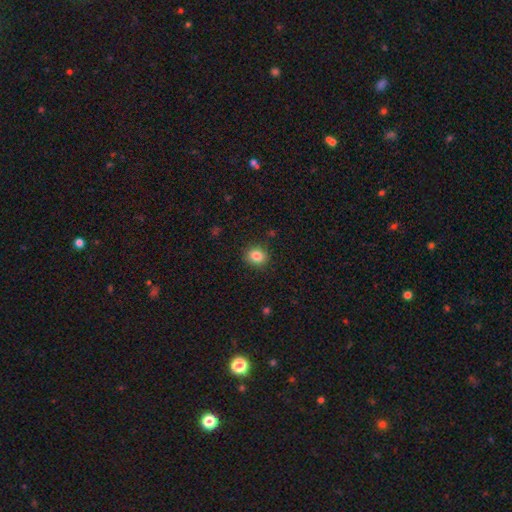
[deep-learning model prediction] Morphology: type=smooth (84%); roundness=round (73%); merging=none (88%).